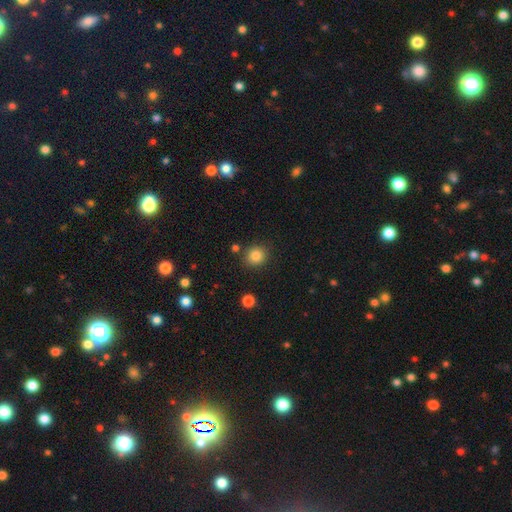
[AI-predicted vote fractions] Smooth or featured? smooth (84%)
How rounded? round (85%)
Merging? none (85%)